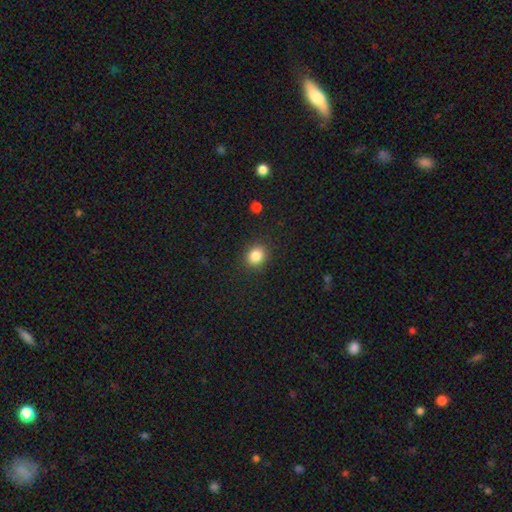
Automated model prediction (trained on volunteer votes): Smooth or featured? Predicted: smooth (p=0.85). How rounded? Predicted: round (p=0.72). Merging? Predicted: none (p=0.88).